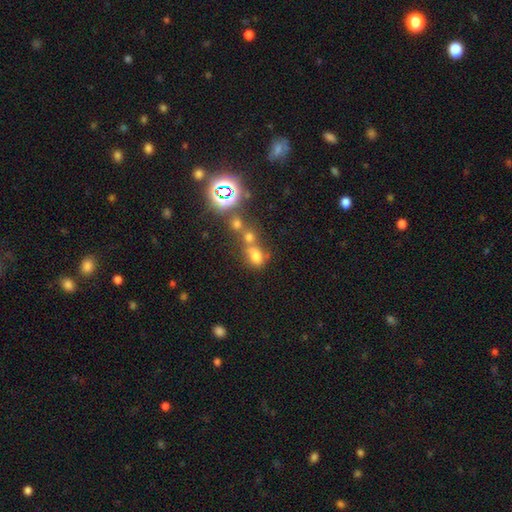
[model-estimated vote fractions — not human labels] The model was most divided on "merging": merger: 43%, none: 37%, minor disturbance: 12%, major disturbance: 8%. More confident: smooth or featured — smooth (63%); how rounded — in between (63%).